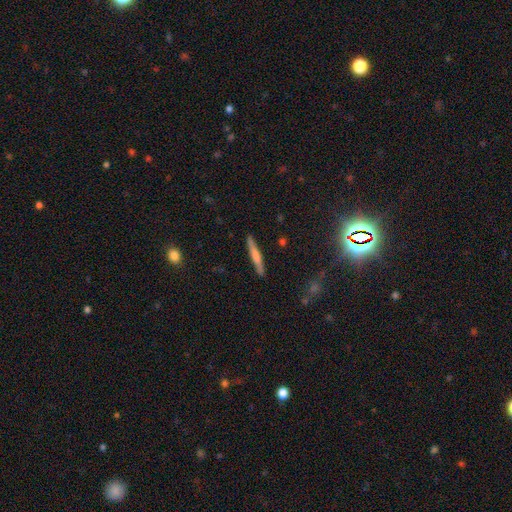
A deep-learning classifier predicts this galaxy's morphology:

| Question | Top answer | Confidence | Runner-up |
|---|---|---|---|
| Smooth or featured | smooth | 57% | featured or disk (37%) |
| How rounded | cigar-shaped | 95% | in between (4%) |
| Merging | none | 87% | minor disturbance (9%) |